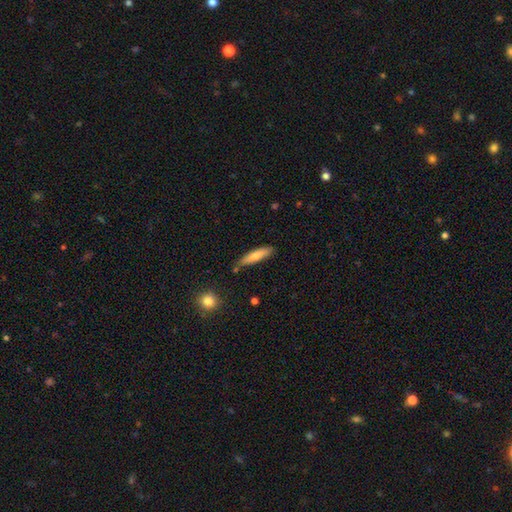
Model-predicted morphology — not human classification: Overall: smooth (72%). How rounded: cigar-shaped (79%). Merging: none (78%).